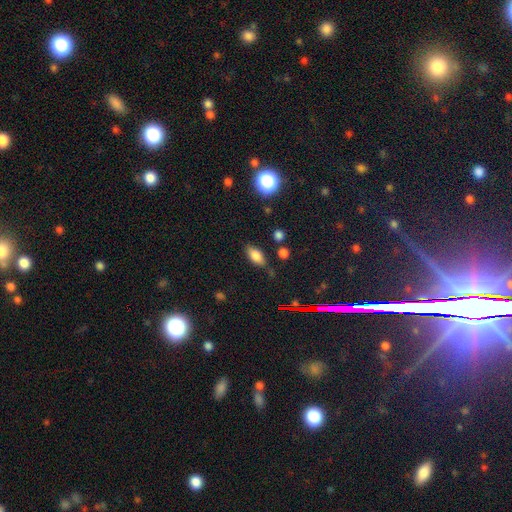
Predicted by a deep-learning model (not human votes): Smooth or featured? smooth (78%)
How rounded? in between (86%)
Merging? none (77%)